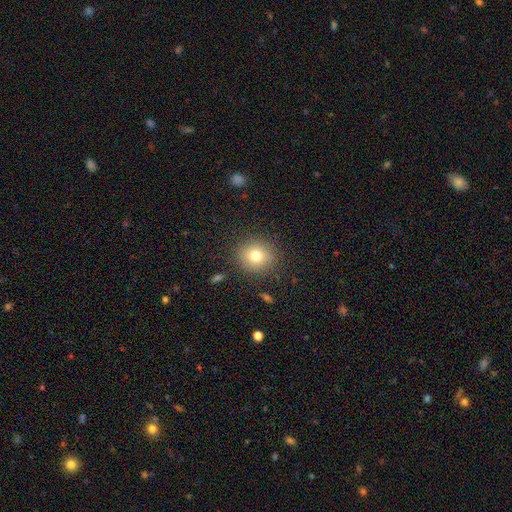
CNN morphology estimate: smooth-or-featured: smooth: 77% | star or artifact: 12% | featured or disk: 11%
  how-rounded: round: 85% | in between: 14% | cigar-shaped: 1%
  merging: none: 87% | minor disturbance: 8% | major disturbance: 3% | merger: 1%